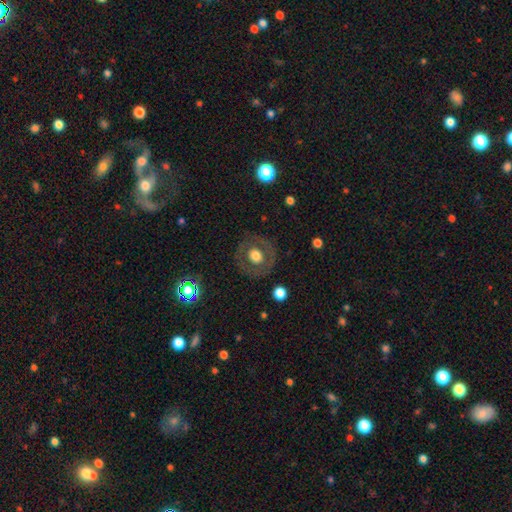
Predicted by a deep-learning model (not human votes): Smooth or featured? Predicted: smooth (p=0.52). How rounded? Predicted: round (p=0.86). Merging? Predicted: none (p=0.83).